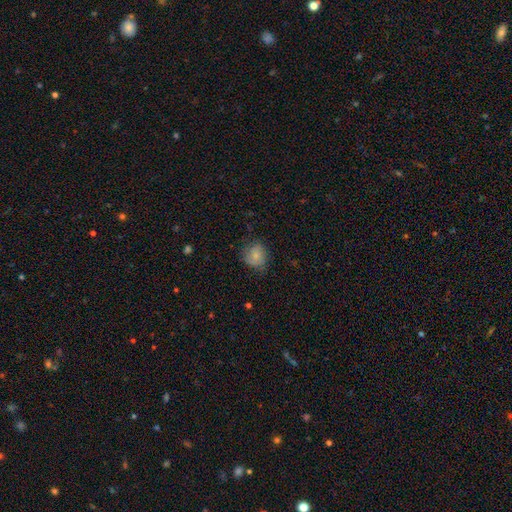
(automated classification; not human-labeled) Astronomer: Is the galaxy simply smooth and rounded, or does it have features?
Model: smooth — 77%.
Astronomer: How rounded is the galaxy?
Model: round — 69%.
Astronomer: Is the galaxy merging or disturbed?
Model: none — 63%.